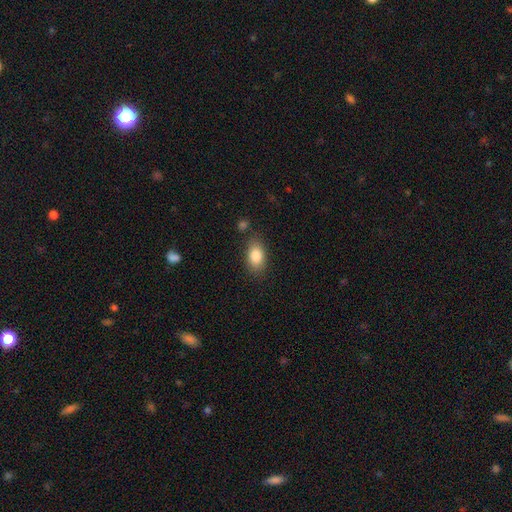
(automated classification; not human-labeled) A smooth galaxy with no disk features (84%) that is in between round and cigar-shaped (87%). Merging: none (80%).